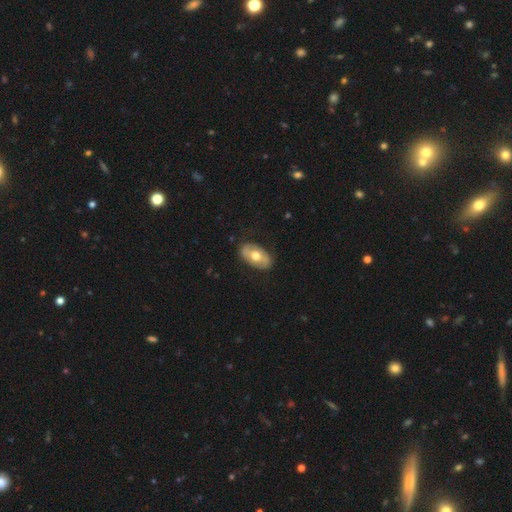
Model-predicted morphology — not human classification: Smooth or featured? smooth (52%)
How rounded? in between (92%)
Merging? none (83%)